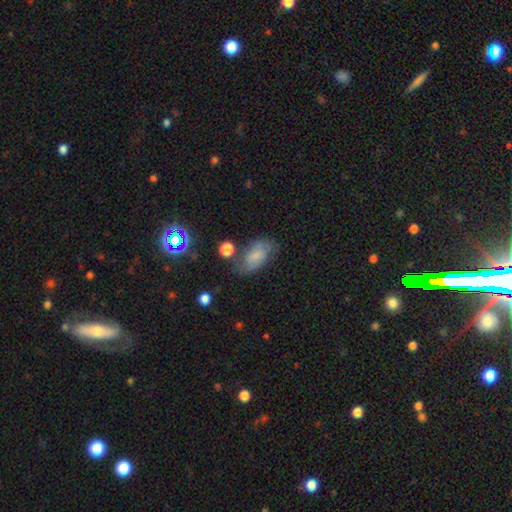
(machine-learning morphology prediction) A smooth galaxy with no disk features (53%) that is in between round and cigar-shaped (89%). Merging: none (56%).